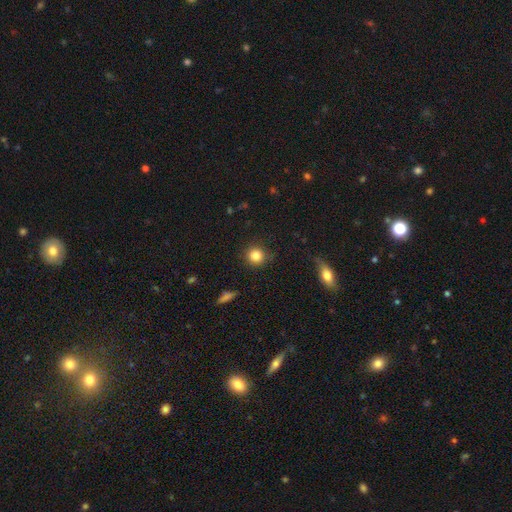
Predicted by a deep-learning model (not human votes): Morphology: type=smooth (84%); roundness=round (91%); merging=none (87%).